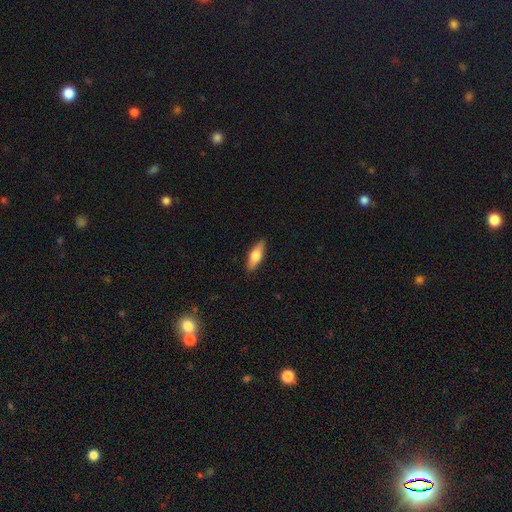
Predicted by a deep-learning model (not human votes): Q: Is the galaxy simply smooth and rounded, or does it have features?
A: smooth — 64%.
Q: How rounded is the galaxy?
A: in between — 56%.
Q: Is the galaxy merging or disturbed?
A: none — 89%.